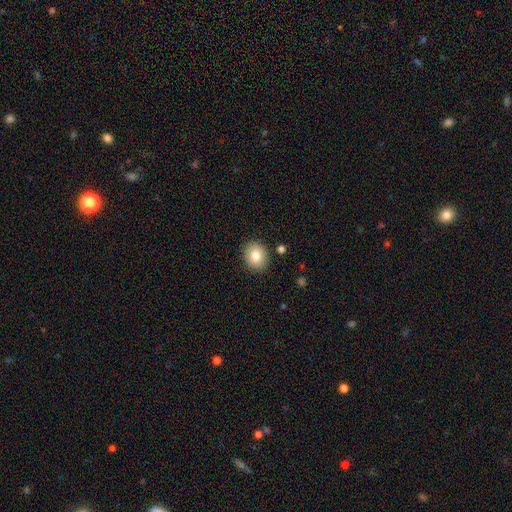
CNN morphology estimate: type=smooth (82%); roundness=round (67%); merging=none (88%).